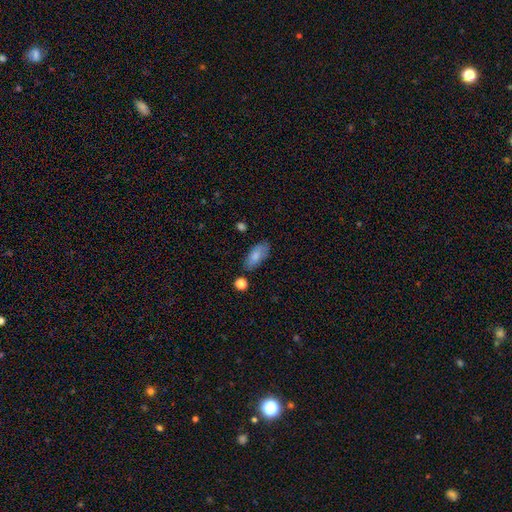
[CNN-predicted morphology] type=smooth (82%); roundness=in between (88%); merging=none (73%).